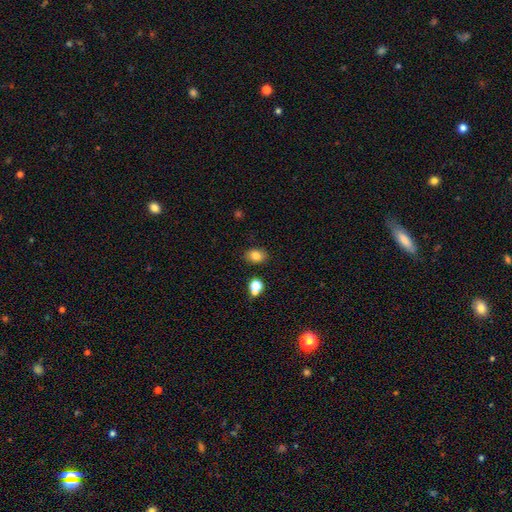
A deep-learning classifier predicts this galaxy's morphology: Q: Smooth or featured?
A: smooth (81%); runner-up: star or artifact (12%)
Q: How rounded?
A: in between (69%); runner-up: round (30%)
Q: Merging?
A: none (83%); runner-up: minor disturbance (10%)